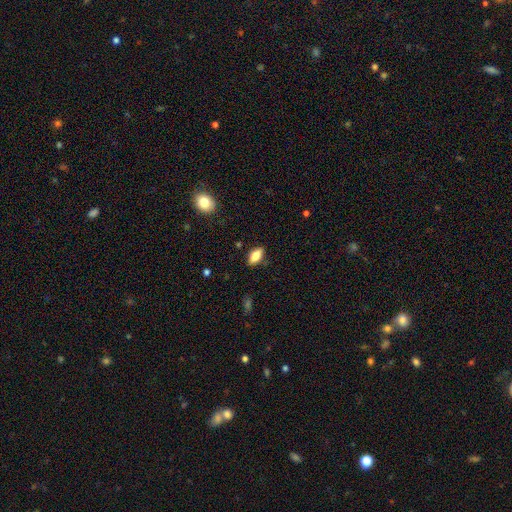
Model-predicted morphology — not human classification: smooth 75%, featured or disk 17%, star or artifact 8%. Down the decision tree: how rounded — in between (84%); merging — none (85%).